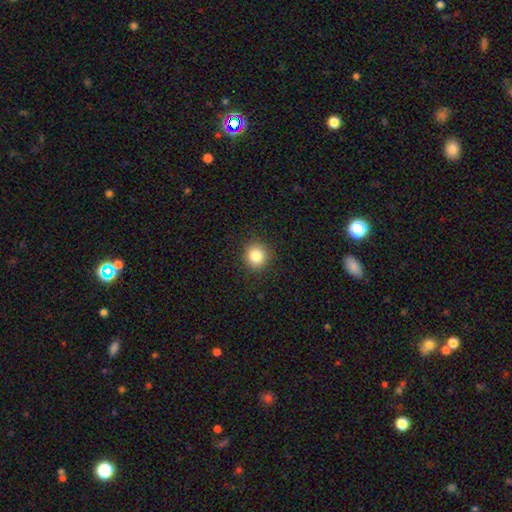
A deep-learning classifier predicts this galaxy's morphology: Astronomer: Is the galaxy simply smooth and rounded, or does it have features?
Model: smooth — 84%.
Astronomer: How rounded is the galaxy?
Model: round — 92%.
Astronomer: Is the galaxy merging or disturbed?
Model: none — 91%.